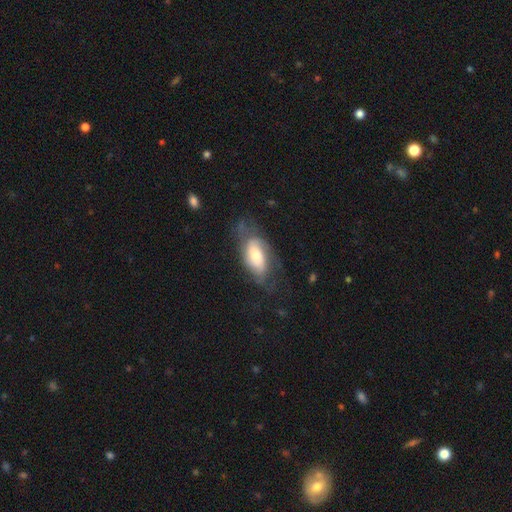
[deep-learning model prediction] Smooth or featured?
  - featured or disk: 55% *
  - smooth: 38%
  - star or artifact: 7%
Edge-on disk?
  - no: 91% *
  - yes: 9%
Bar?
  - no: 63% *
  - weak: 28%
  - strong: 9%
Spiral arms?
  - yes: 81% *
  - no: 19%
Bulge size?
  - moderate: 44% *
  - large: 26%
  - small: 23%
  - dominant: 4%
  - none: 3%
Merging?
  - none: 51% *
  - minor disturbance: 26%
  - major disturbance: 21%
  - merger: 2%